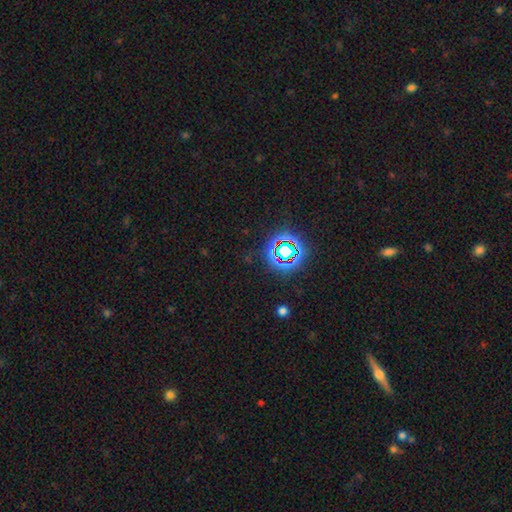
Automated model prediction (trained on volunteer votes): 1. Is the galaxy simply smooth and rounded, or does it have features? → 76% star or artifact, 15% smooth, 9% featured or disk.